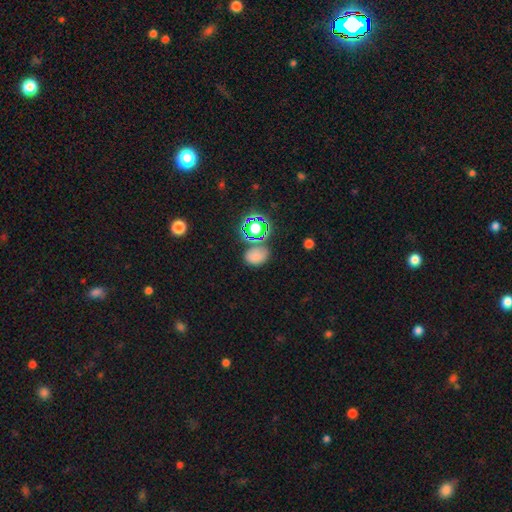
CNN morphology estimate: This is likely a smooth galaxy (66%). How rounded: likely in between (67%). Merging: likely none (69%).